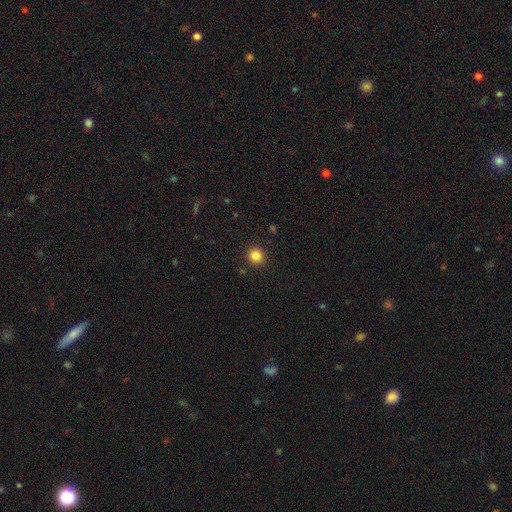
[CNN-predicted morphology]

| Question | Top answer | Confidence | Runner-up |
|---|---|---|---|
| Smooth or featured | smooth | 84% | star or artifact (12%) |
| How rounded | round | 90% | in between (9%) |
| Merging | none | 92% | minor disturbance (5%) |